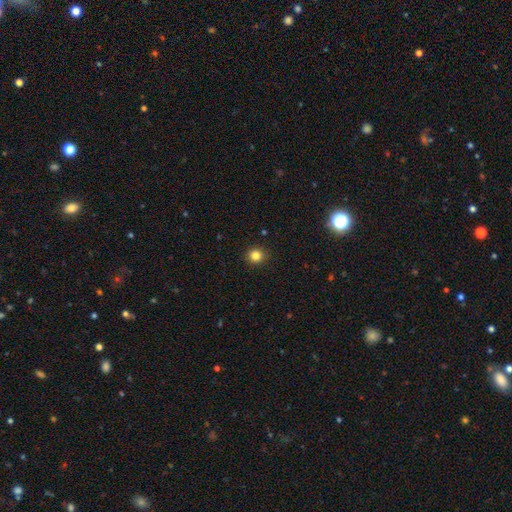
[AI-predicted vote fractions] A smooth galaxy with no disk features (83%) that is round (89%). Merging: none (92%).